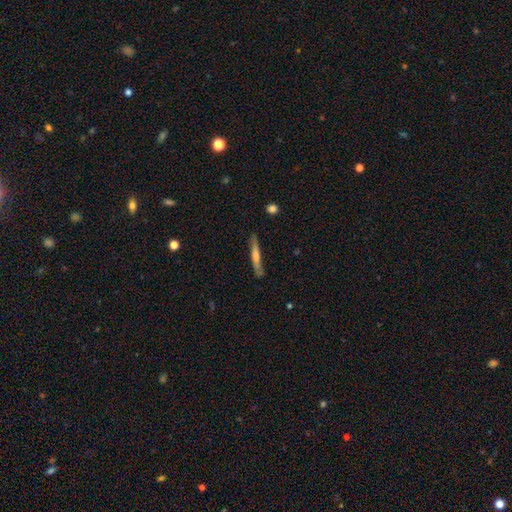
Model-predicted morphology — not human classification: Smooth or featured? Predicted: featured or disk (p=0.54). Edge-on disk? Predicted: yes (p=0.94). Edge-on bulge? Predicted: rounded (p=0.52). Merging? Predicted: none (p=0.84).